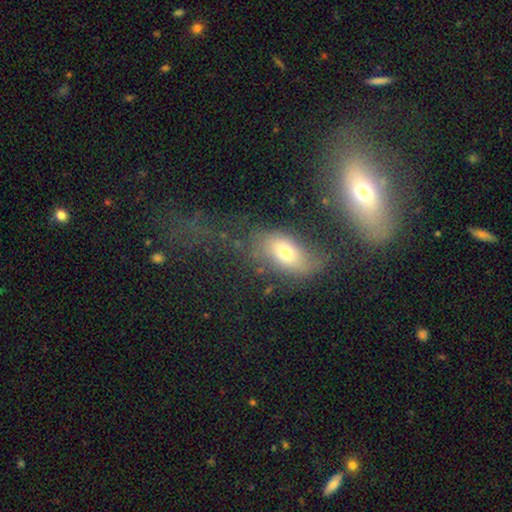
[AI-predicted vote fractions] A smooth galaxy with no disk features (57%) that is in between round and cigar-shaped (82%). Merging: major disturbance (31%).